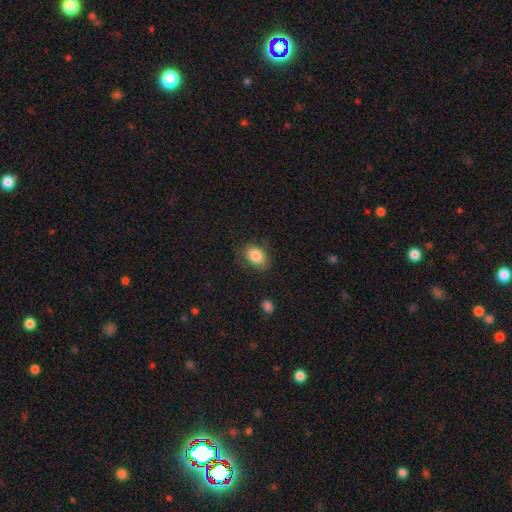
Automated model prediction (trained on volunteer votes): Q: Smooth or featured?
A: smooth (84%); runner-up: star or artifact (8%)
Q: How rounded?
A: in between (78%); runner-up: round (21%)
Q: Merging?
A: none (76%); runner-up: minor disturbance (17%)